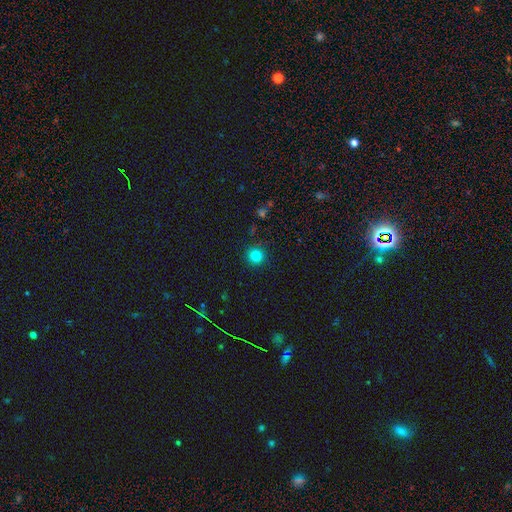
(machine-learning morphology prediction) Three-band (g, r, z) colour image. It shows a smooth galaxy with no disk features (81%) that is round (95%). Merging: none (92%).